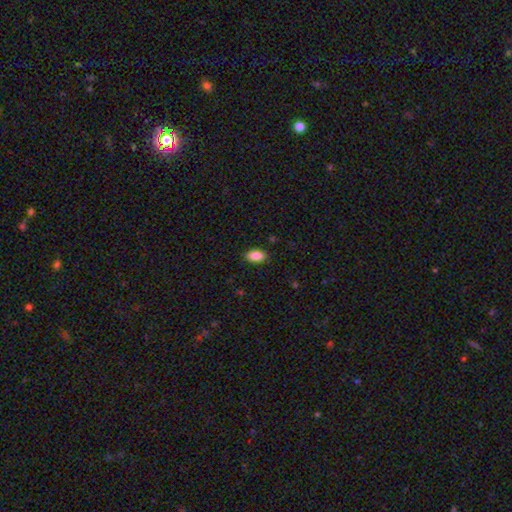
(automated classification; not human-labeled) Morphology: type=smooth (87%); roundness=in between (91%); merging=none (87%).